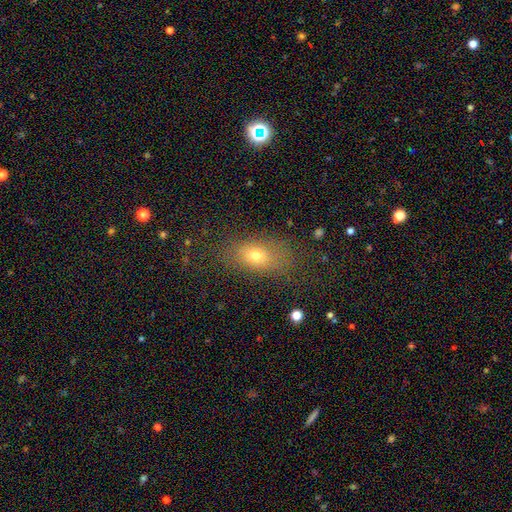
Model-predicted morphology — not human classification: smooth_or_featured: smooth (p=0.70) [alt: featured or disk p=0.16]
how_rounded: in between (p=0.80) [alt: round p=0.16]
merging: none (p=0.75) [alt: minor disturbance p=0.15]